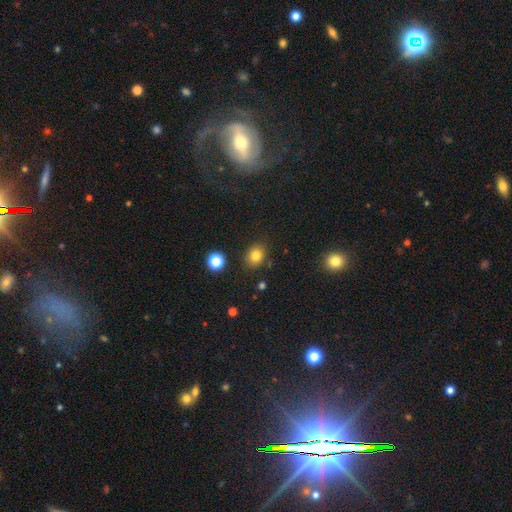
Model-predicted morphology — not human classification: A smooth galaxy with no disk features (81%) that is round (63%).

Vote fractions:
- Smooth or featured? smooth: 81% / star or artifact: 13% / featured or disk: 6%
- How rounded? round: 63% / in between: 36% / cigar-shaped: 1%
- Merging? none: 82% / minor disturbance: 11% / merger: 4% / major disturbance: 3%